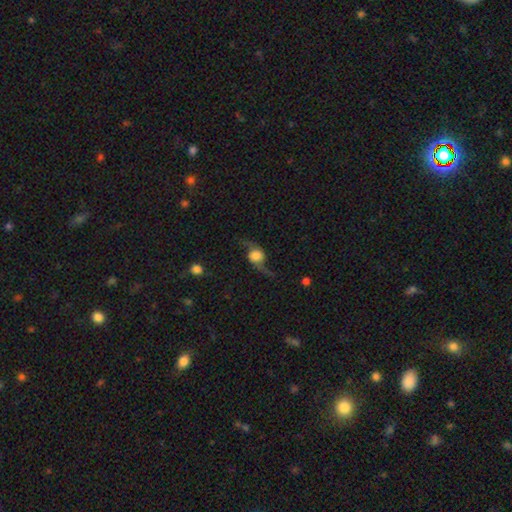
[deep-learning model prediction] Smooth or featured? Predicted: featured or disk (p=0.70). Edge-on disk? Predicted: no (p=0.75). Bar? Predicted: no (p=0.70). Spiral arms? Predicted: yes (p=0.89). Bulge size? Predicted: large (p=0.42). Merging? Predicted: none (p=0.62).